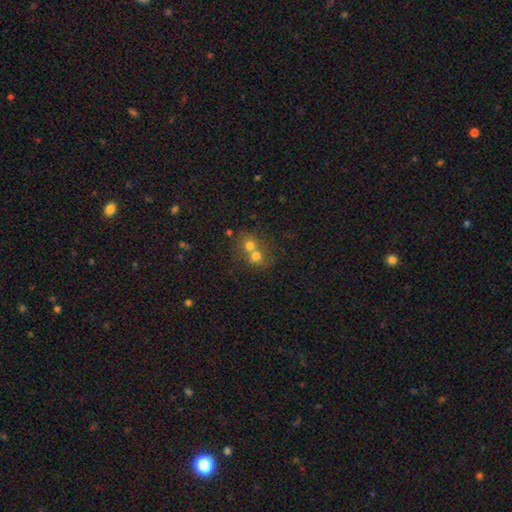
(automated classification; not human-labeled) The model was most divided on "merging": merger: 63%, none: 30%, minor disturbance: 5%, major disturbance: 3%. More confident: how rounded — round (79%); smooth or featured — smooth (69%).